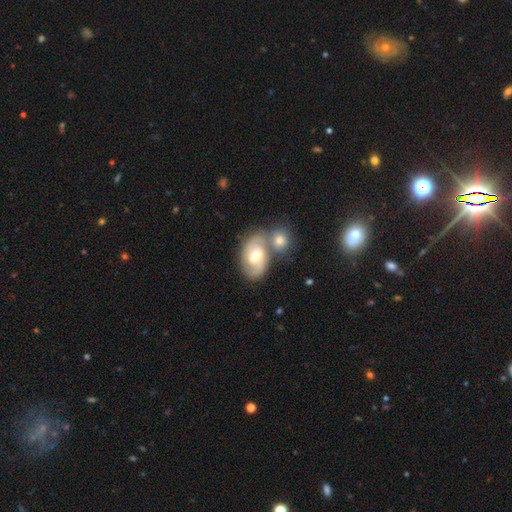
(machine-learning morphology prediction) Smooth or featured? Predicted: featured or disk (p=0.62). Edge-on disk? Predicted: no (p=0.96). Bar? Predicted: no (p=0.52). Spiral arms? Predicted: yes (p=0.81). Bulge size? Predicted: moderate (p=0.73). Merging? Predicted: merger (p=0.43).